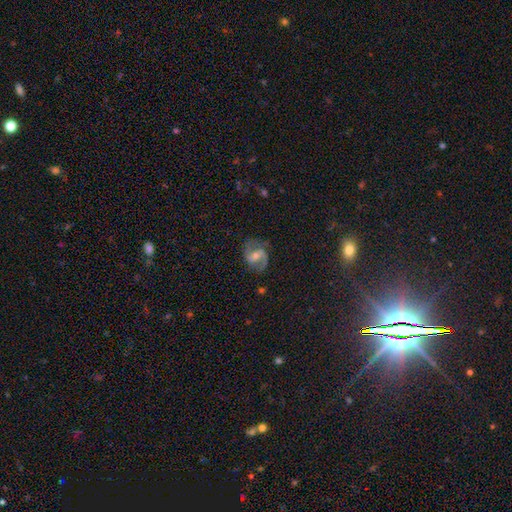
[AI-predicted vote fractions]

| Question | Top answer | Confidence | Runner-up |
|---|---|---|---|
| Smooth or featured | featured or disk | 81% | smooth (12%) |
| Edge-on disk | no | 98% | yes (2%) |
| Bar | weak | 50% | no (28%) |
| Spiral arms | yes | 95% | no (5%) |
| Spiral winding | medium | 55% | loose (25%) |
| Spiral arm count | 2 | 90% | can't tell (4%) |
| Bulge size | moderate | 56% | small (37%) |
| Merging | none | 73% | minor disturbance (18%) |